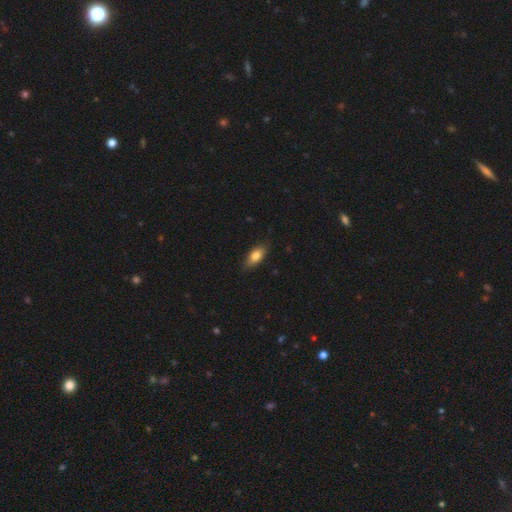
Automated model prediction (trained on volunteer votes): Overall: smooth (78%). How rounded: in between (82%). Merging: none (80%).